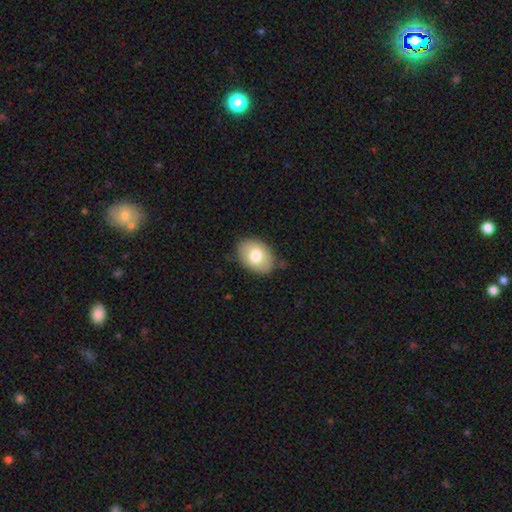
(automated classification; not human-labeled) This is likely a smooth galaxy (78%). How rounded: likely in between (80%). Merging: likely none (76%).